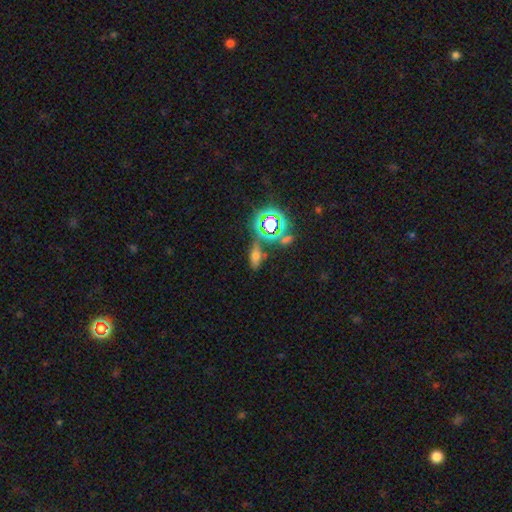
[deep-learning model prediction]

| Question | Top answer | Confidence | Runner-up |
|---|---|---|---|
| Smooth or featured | smooth | 50% | star or artifact (35%) |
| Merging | none | 67% | minor disturbance (16%) |